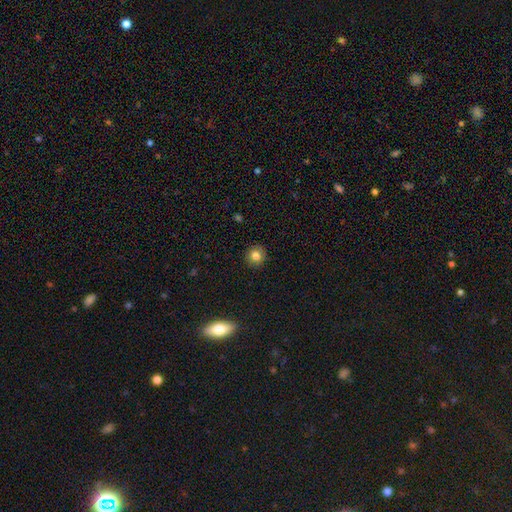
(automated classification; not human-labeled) Smooth or featured?
  - smooth: 82% *
  - star or artifact: 11%
  - featured or disk: 7%
How rounded?
  - round: 92% *
  - in between: 7%
  - cigar-shaped: 1%
Merging?
  - none: 90% *
  - minor disturbance: 7%
  - major disturbance: 2%
  - merger: 1%